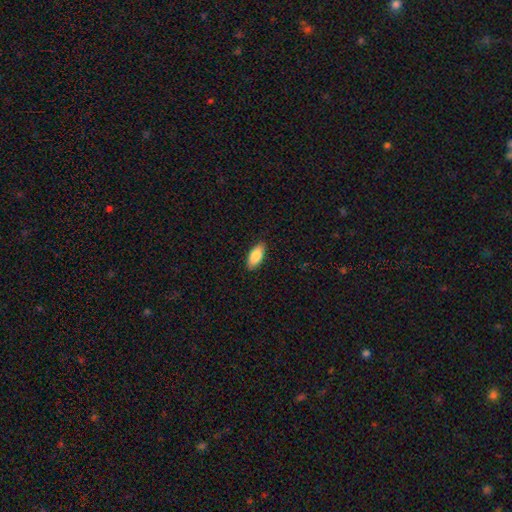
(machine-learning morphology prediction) Smooth or featured? smooth (86%)
How rounded? in between (86%)
Merging? none (88%)